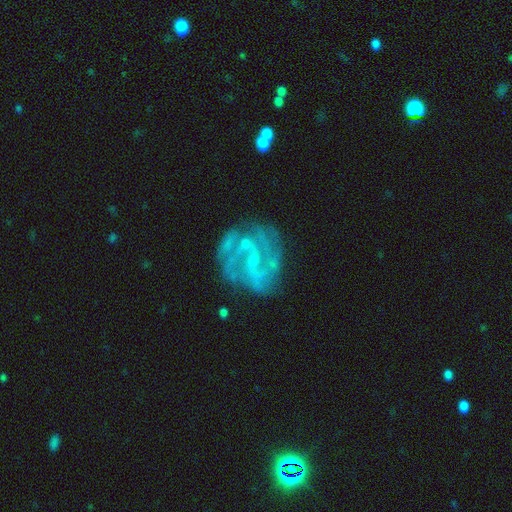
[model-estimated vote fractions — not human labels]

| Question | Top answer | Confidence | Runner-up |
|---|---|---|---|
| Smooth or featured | featured or disk | 77% | star or artifact (12%) |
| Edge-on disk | no | 97% | yes (3%) |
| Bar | weak | 46% | no (37%) |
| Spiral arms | yes | 79% | no (21%) |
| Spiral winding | medium | 43% | tight (34%) |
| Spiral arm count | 2 | 35% | can't tell (31%) |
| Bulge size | small | 71% | none (16%) |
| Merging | none | 67% | minor disturbance (16%) |